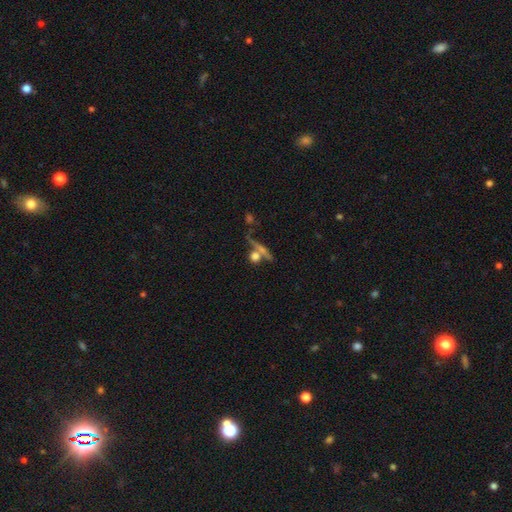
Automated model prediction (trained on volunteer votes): A smooth galaxy with no disk features (59%) that is round (63%). Merging: none (53%).